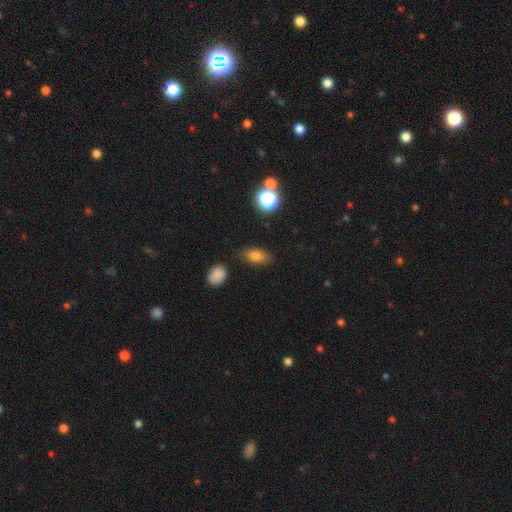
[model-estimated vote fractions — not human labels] This appears to be a smooth galaxy with no disk features (78%) that is in between round and cigar-shaped (85%). Merging: none (79%).